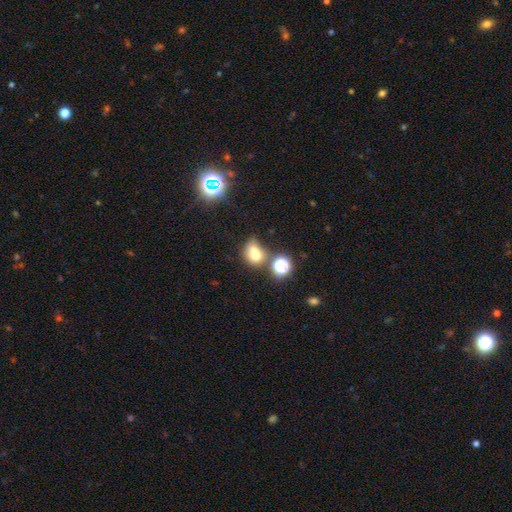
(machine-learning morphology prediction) Smooth or featured? smooth (67%)
How rounded? in between (55%)
Merging? none (39%)